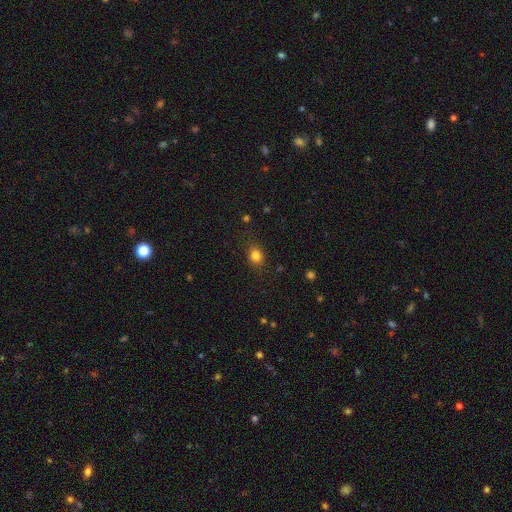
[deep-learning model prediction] Smooth or featured: smooth — 82% (star or artifact — 12%)
How rounded: round — 61% (in between — 37%)
Merging: none — 83% (minor disturbance — 12%)